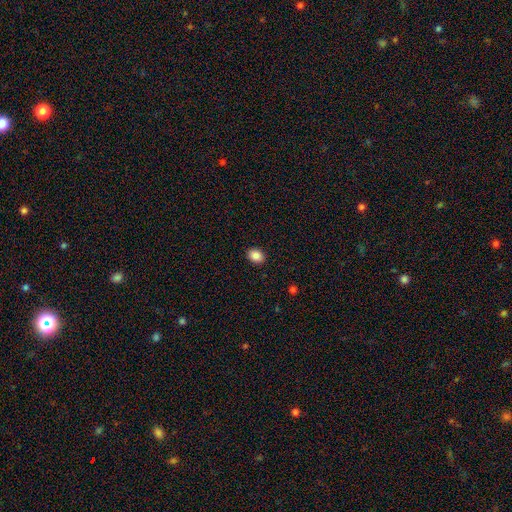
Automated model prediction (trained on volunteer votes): smooth-or-featured: smooth: 87% | star or artifact: 9% | featured or disk: 4%
  how-rounded: in between: 60% | round: 39% | cigar-shaped: 1%
  merging: none: 91% | minor disturbance: 6% | major disturbance: 2% | merger: 1%